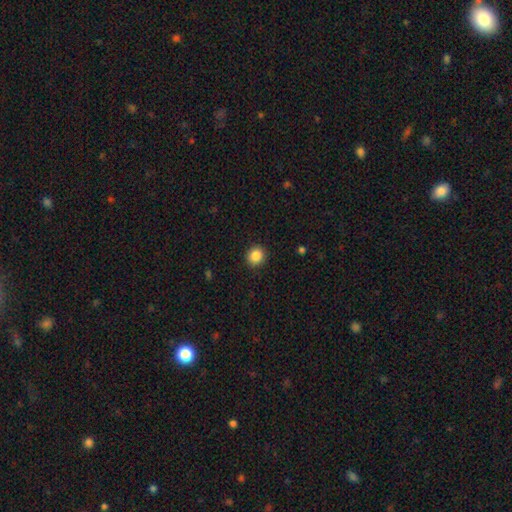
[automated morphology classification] This appears to be a smooth galaxy with no disk features (86%) that is round (87%). Merging: none (91%).